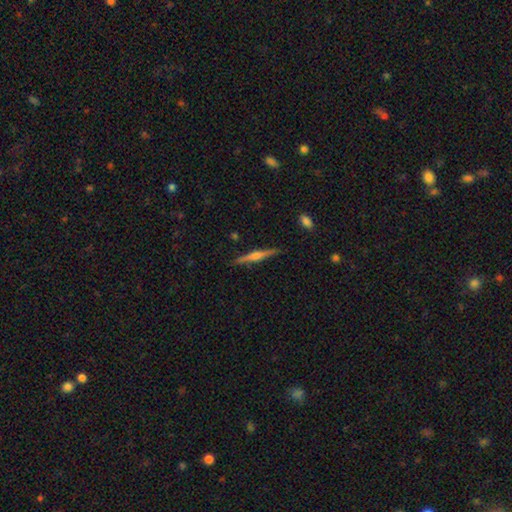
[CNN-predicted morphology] smooth-or-featured: featured or disk: 73% | smooth: 20% | star or artifact: 6%
  disk-edge-on: yes: 98% | no: 2%
    edge-on-bulge: rounded: 81% | boxy: 11% | none: 8%
  merging: none: 90% | minor disturbance: 7% | major disturbance: 1% | merger: 1%